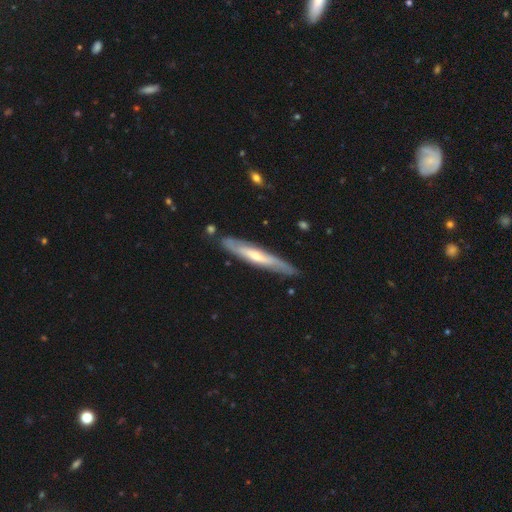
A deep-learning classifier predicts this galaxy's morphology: This appears to be a featured or disk galaxy (63%) viewed edge-on (68%). Merging: none (81%).